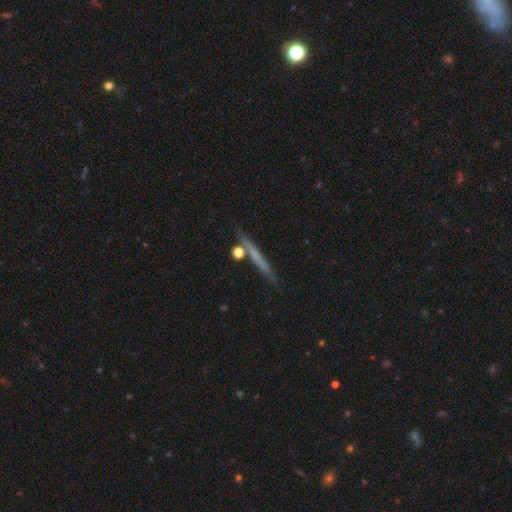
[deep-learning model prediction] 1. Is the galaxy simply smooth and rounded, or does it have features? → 50% smooth, 42% featured or disk, 8% star or artifact.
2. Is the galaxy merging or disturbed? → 83% none, 10% minor disturbance, 5% merger, 2% major disturbance.